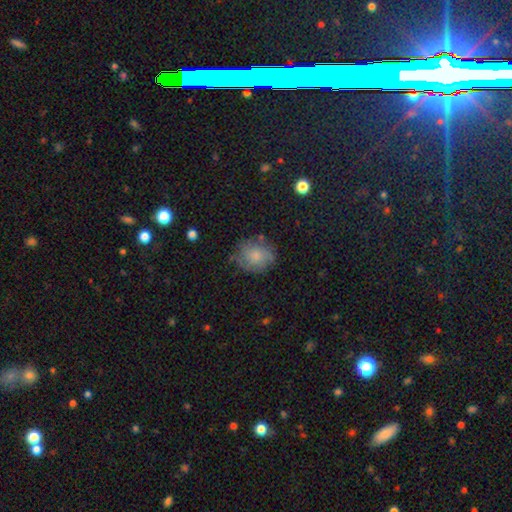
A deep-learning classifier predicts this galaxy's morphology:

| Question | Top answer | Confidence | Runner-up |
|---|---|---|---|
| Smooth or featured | smooth | 63% | featured or disk (28%) |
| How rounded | round | 66% | in between (33%) |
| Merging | none | 65% | minor disturbance (24%) |